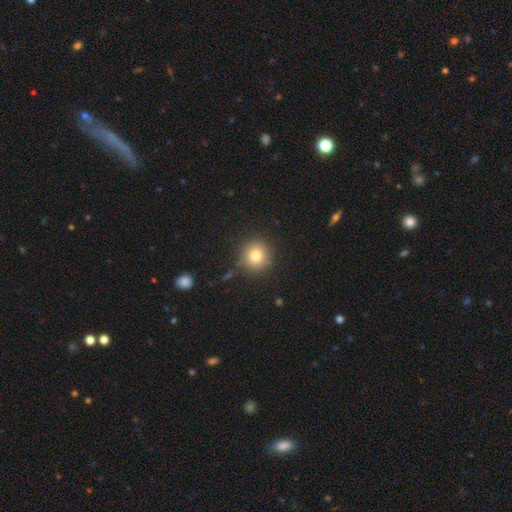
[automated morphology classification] This appears to be a smooth galaxy with no disk features (81%) that is round (93%). Merging: none (86%).